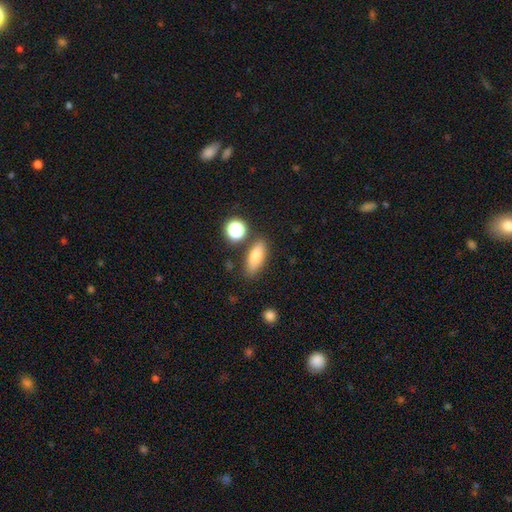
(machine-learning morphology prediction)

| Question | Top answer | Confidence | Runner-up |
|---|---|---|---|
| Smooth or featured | smooth | 78% | featured or disk (12%) |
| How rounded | in between | 64% | cigar-shaped (30%) |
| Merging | none | 78% | minor disturbance (12%) |